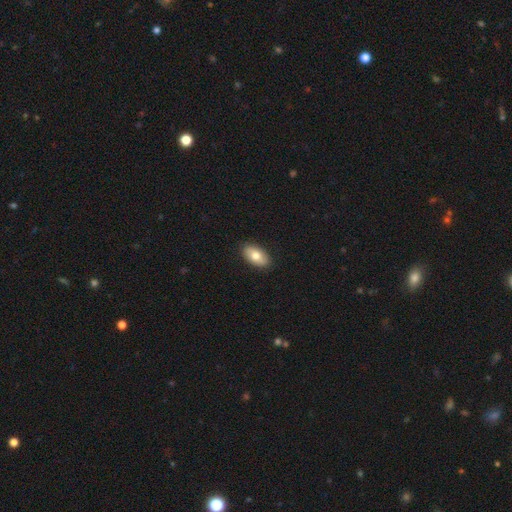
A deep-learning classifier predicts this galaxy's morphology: Q: Smooth or featured?
A: smooth (77%); runner-up: featured or disk (17%)
Q: How rounded?
A: in between (93%); runner-up: round (4%)
Q: Merging?
A: none (89%); runner-up: minor disturbance (8%)